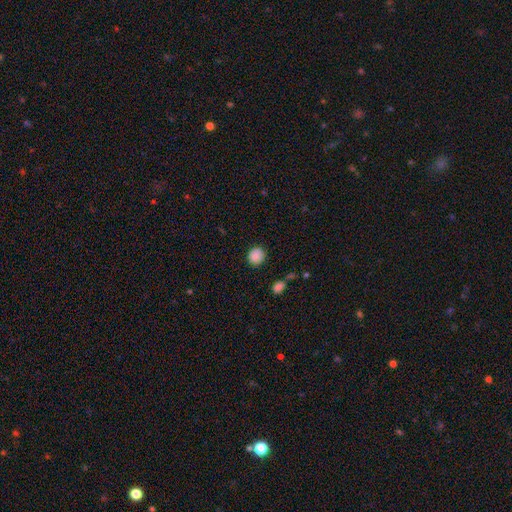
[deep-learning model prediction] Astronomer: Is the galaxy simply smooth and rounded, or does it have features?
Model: smooth — 88%.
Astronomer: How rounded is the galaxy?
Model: round — 85%.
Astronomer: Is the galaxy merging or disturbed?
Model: none — 88%.